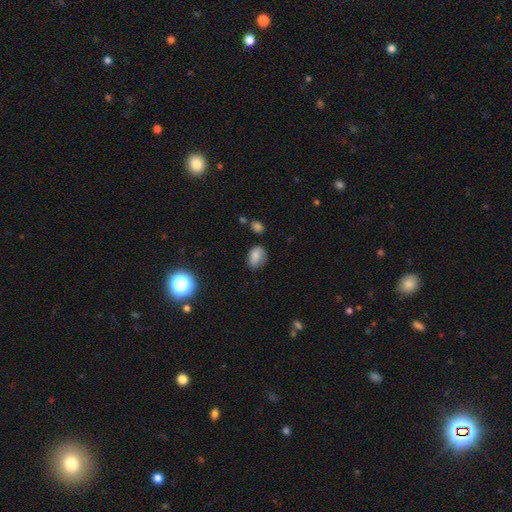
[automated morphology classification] This appears to be a smooth galaxy with no disk features (78%) that is in between round and cigar-shaped (75%). Merging: none (60%).